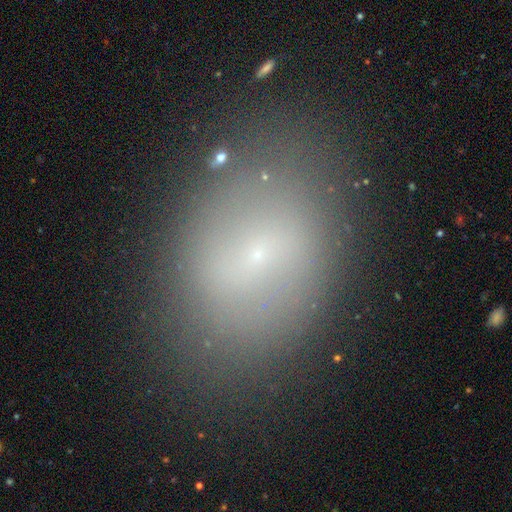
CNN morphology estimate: Q: Smooth or featured?
A: smooth (52%); runner-up: featured or disk (33%)
Q: How rounded?
A: in between (73%); runner-up: round (25%)
Q: Merging?
A: none (82%); runner-up: minor disturbance (12%)